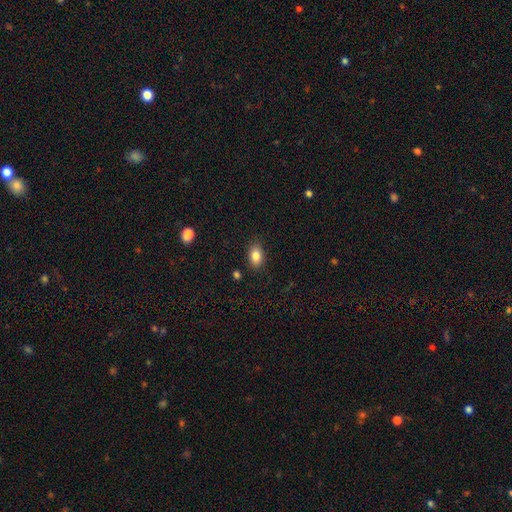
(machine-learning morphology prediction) Smooth or featured? Predicted: smooth (p=0.83). How rounded? Predicted: in between (p=0.87). Merging? Predicted: none (p=0.86).